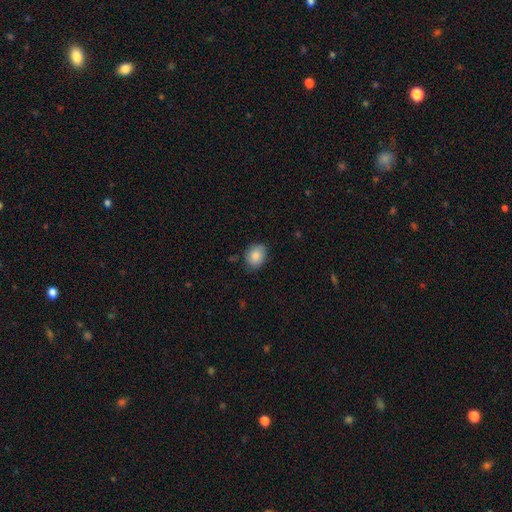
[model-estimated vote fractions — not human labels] Overall: smooth (86%). How rounded: round (50%; in between 49%). Merging: none (82%).